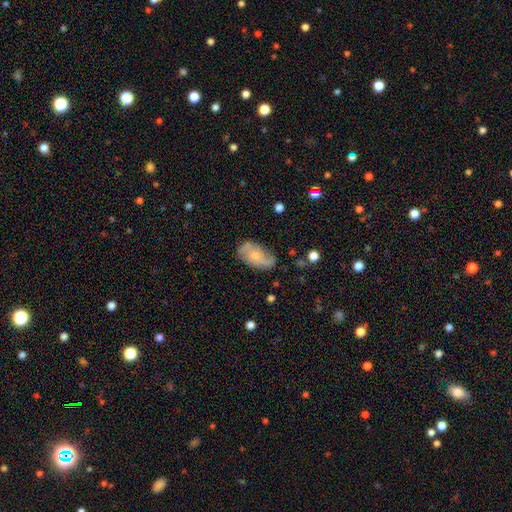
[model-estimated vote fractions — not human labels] featured or disk 57%, smooth 36%, star or artifact 7%. Down the decision tree: edge-on disk — no (95%); bar — no (73%); spiral arms — yes (83%); bulge size — small (57%); merging — none (66%).